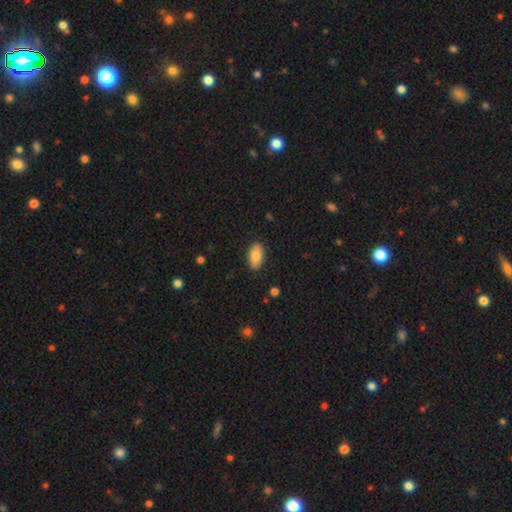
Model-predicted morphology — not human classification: The model was most divided on "smooth or featured": smooth: 82%, featured or disk: 11%, star or artifact: 7%. More confident: how rounded — in between (94%); merging — none (87%).